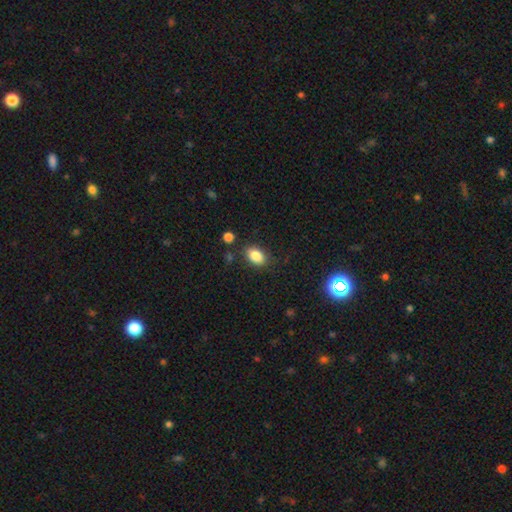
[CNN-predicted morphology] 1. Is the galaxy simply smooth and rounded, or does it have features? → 84% smooth, 9% star or artifact, 6% featured or disk.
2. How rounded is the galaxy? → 83% in between, 16% round, 2% cigar-shaped.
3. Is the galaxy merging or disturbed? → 80% none, 12% minor disturbance, 4% merger, 4% major disturbance.